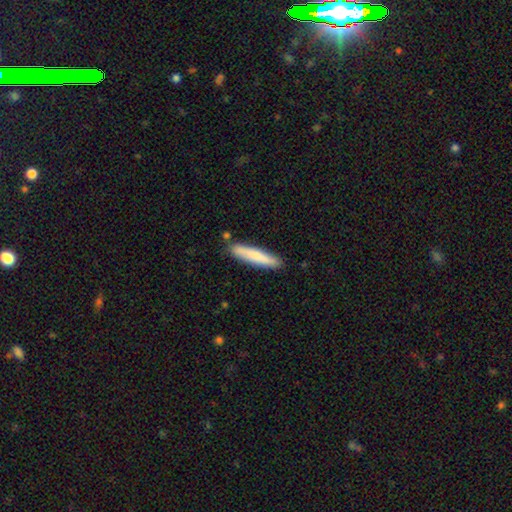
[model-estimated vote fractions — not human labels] Overall: smooth (75%). How rounded: cigar-shaped (90%). Merging: none (85%).